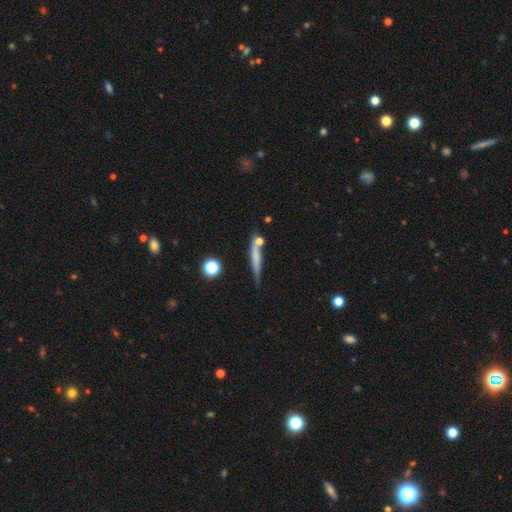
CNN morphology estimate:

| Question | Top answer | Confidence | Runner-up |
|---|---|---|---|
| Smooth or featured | smooth | 57% | featured or disk (35%) |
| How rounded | cigar-shaped | 91% | in between (5%) |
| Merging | none | 68% | minor disturbance (18%) |